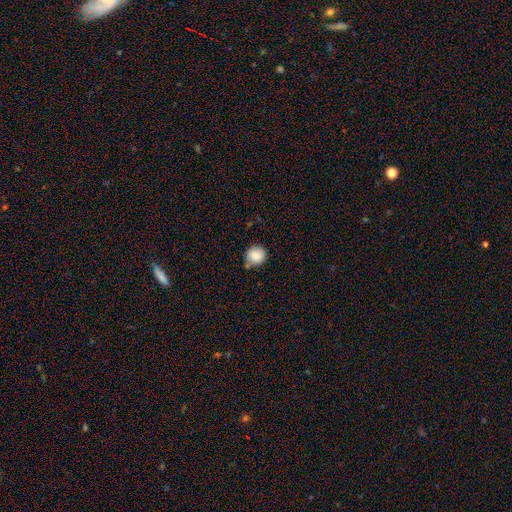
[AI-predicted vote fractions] Smooth or featured? Predicted: smooth (p=0.85). How rounded? Predicted: round (p=0.86). Merging? Predicted: none (p=0.72).